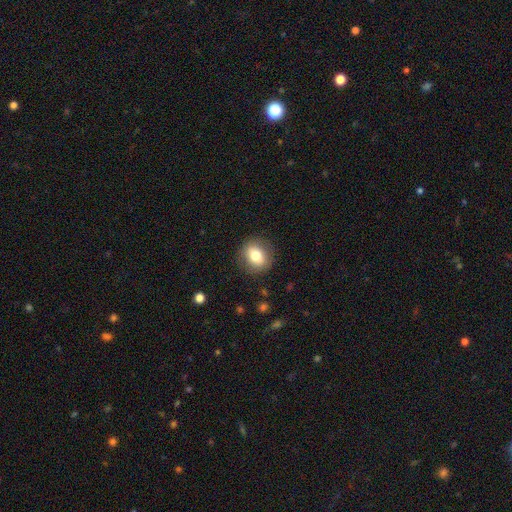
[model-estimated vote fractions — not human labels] A smooth galaxy with no disk features (76%) that is round (64%). Merging: none (86%).